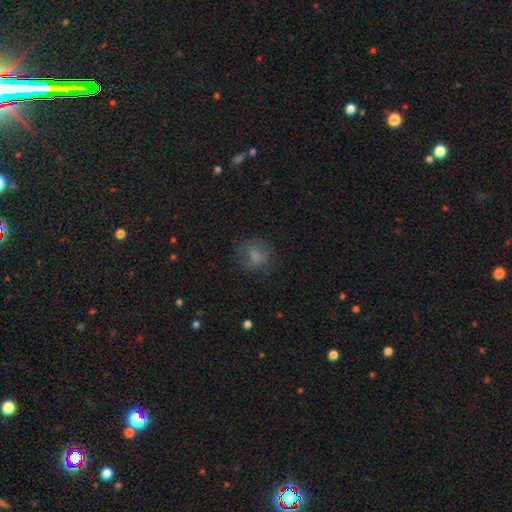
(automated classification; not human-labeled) Smooth or featured?
  - smooth: 65% *
  - featured or disk: 23%
  - star or artifact: 12%
How rounded?
  - round: 70% *
  - in between: 29%
  - cigar-shaped: 1%
Merging?
  - none: 62% *
  - minor disturbance: 21%
  - major disturbance: 16%
  - merger: 2%